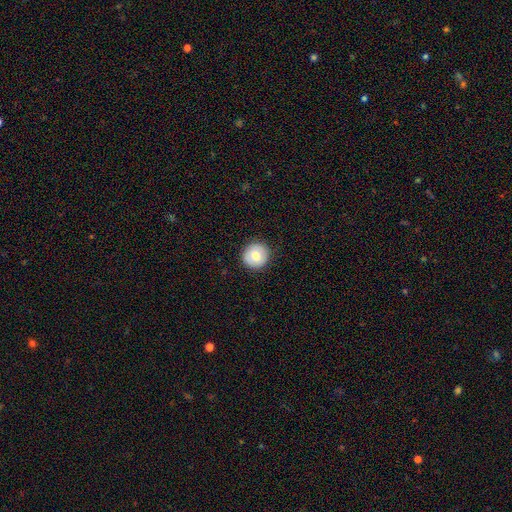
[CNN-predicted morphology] Q: Smooth or featured?
A: smooth (75%); runner-up: featured or disk (17%)
Q: How rounded?
A: round (95%); runner-up: in between (4%)
Q: Merging?
A: none (91%); runner-up: minor disturbance (7%)